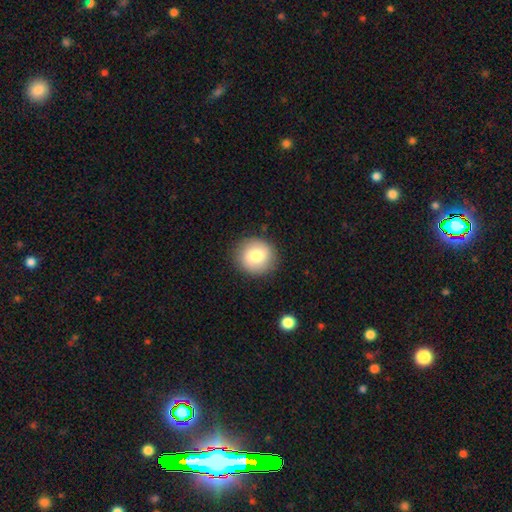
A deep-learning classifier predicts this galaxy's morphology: The model was most divided on "smooth or featured": smooth: 78%, featured or disk: 14%, star or artifact: 8%. More confident: how rounded — round (89%); merging — none (89%).